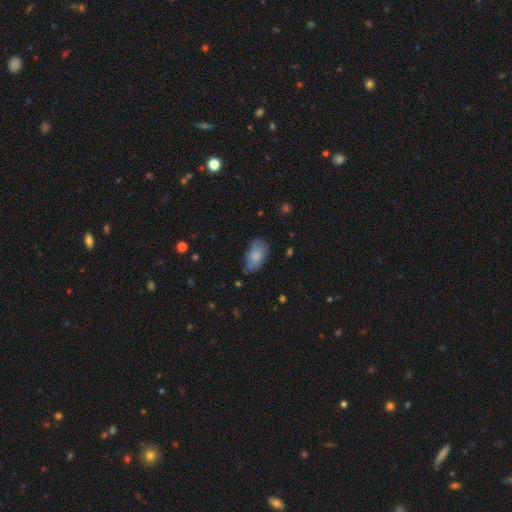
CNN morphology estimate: This appears to be a smooth galaxy with no disk features (80%) that is in between round and cigar-shaped (93%). Merging: none (66%).